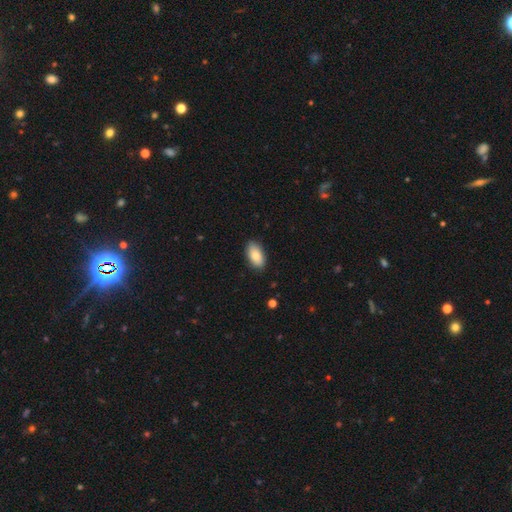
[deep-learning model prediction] This appears to be a smooth galaxy with no disk features (86%) that is in between round and cigar-shaped (94%). Merging: none (86%).